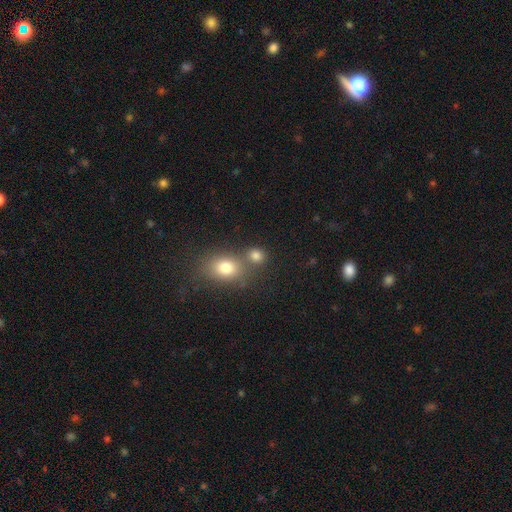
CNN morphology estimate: The model was most divided on "merging": none: 57%, merger: 30%, minor disturbance: 9%, major disturbance: 4%. More confident: smooth or featured — smooth (79%); how rounded — round (72%).